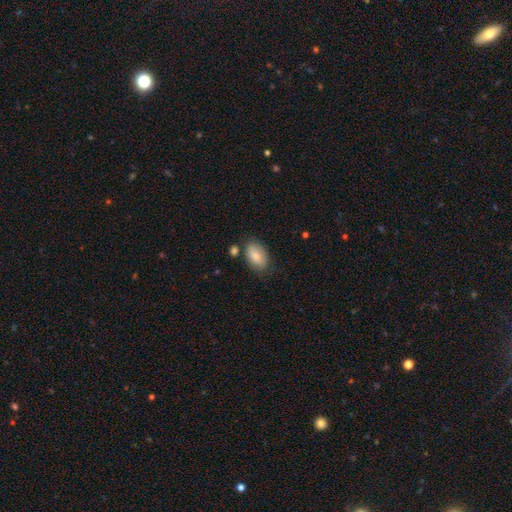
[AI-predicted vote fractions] The model was most divided on "merging": none: 73%, minor disturbance: 17%, merger: 6%, major disturbance: 4%. More confident: how rounded — in between (92%); smooth or featured — smooth (82%).